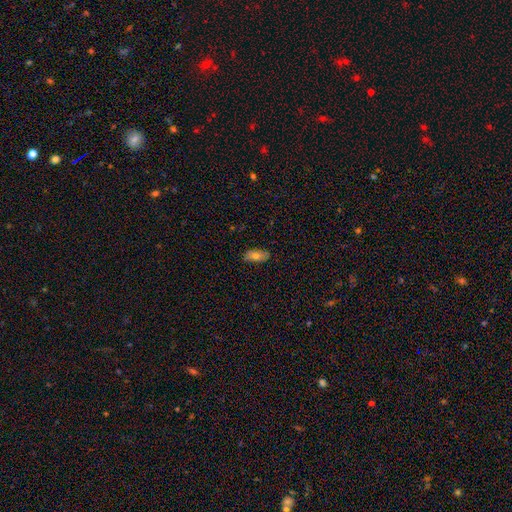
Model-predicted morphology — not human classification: The model was most divided on "smooth or featured": smooth: 74%, featured or disk: 18%, star or artifact: 8%. More confident: how rounded — in between (87%); merging — none (81%).